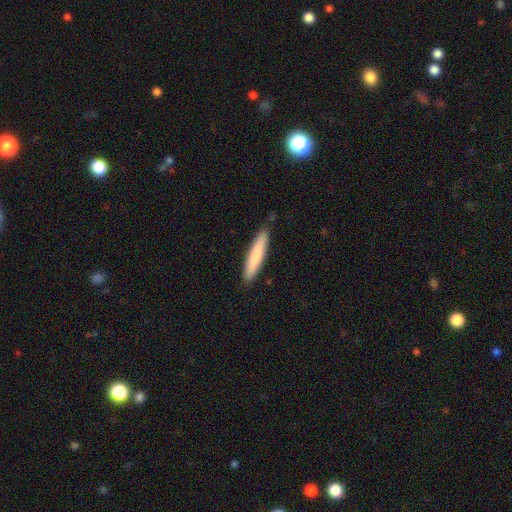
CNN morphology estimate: A smooth galaxy with no disk features (79%) that is cigar-shaped (90%). Merging: none (88%).